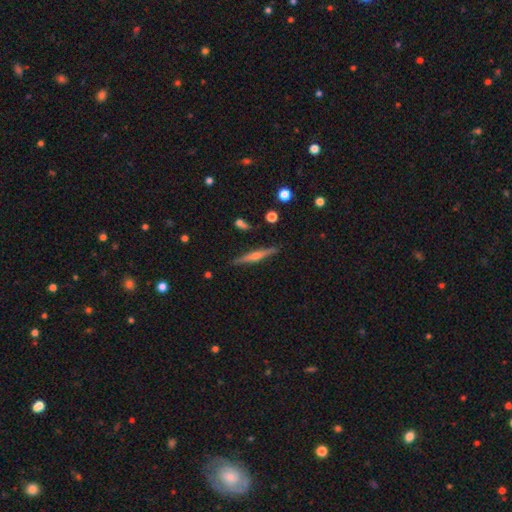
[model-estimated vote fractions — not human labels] Smooth or featured: featured or disk — 72% (smooth — 22%)
Edge-on disk: yes — 98% (no — 2%)
Edge-on bulge: rounded — 88% (none — 7%)
Merging: none — 89% (minor disturbance — 7%)